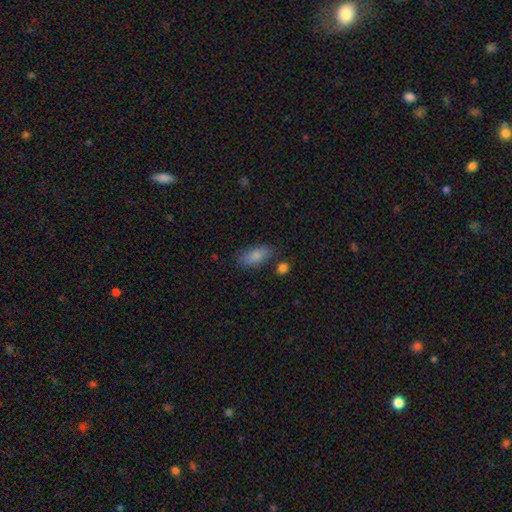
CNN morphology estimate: Smooth or featured: smooth — 84% (featured or disk — 9%)
How rounded: in between — 88% (cigar-shaped — 9%)
Merging: none — 74% (minor disturbance — 17%)